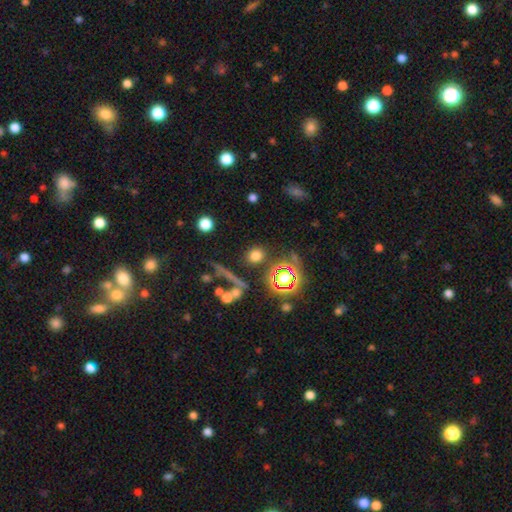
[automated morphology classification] A smooth galaxy with no disk features (68%) that is round (74%). Merging: none (81%).